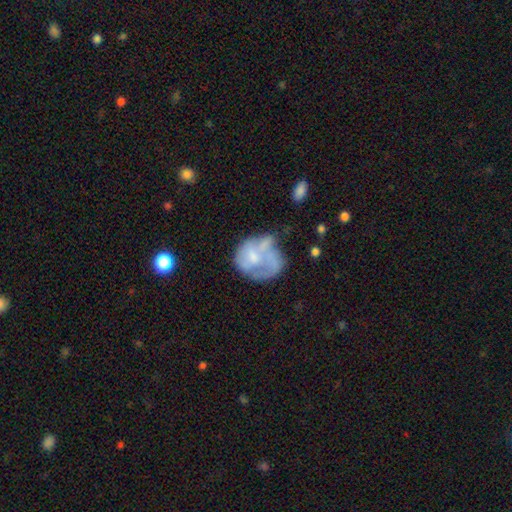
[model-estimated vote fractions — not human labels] A featured or disk galaxy (48%). Merging: major disturbance (33%).